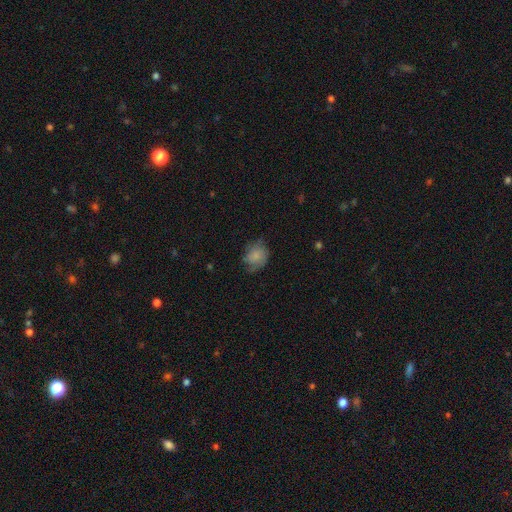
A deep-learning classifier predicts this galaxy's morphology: smooth_or_featured: smooth (p=0.71) [alt: featured or disk p=0.21]
how_rounded: round (p=0.58) [alt: in between p=0.41]
merging: none (p=0.53) [alt: minor disturbance p=0.32]